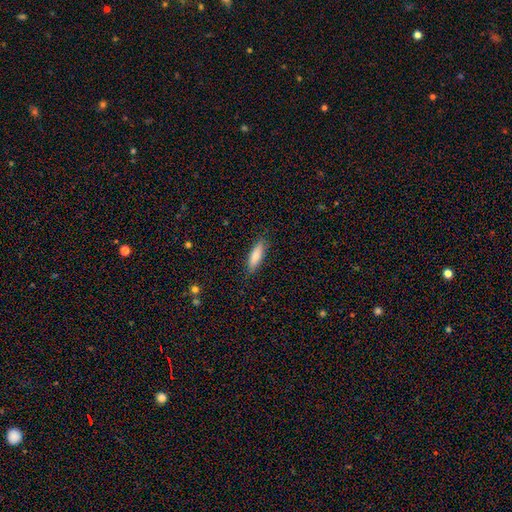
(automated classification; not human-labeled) A smooth galaxy with no disk features (80%) that is cigar-shaped (57%). Merging: none (85%).